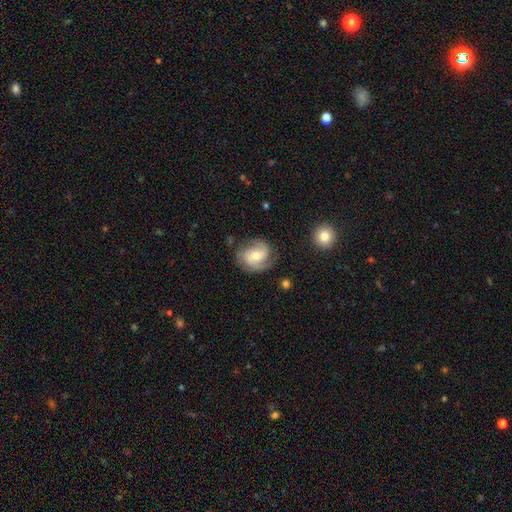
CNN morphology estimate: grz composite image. It shows a featured or disk galaxy (74%) with no bar (52%), 2 (61%) medium (46%) spiral arms (94%) and a moderate central bulge (58%). Merging: none (69%).